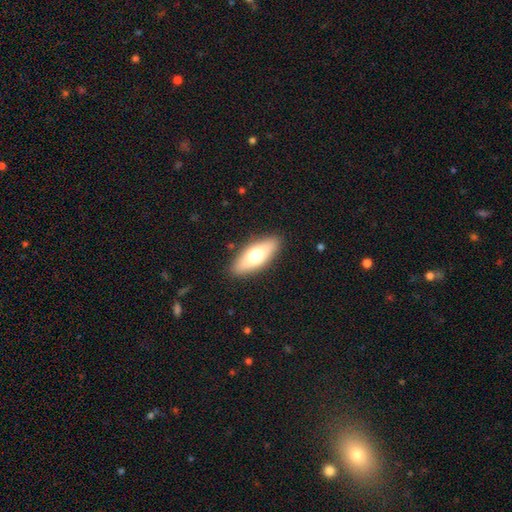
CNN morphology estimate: Smooth or featured? smooth (63%)
How rounded? in between (67%)
Merging? none (88%)